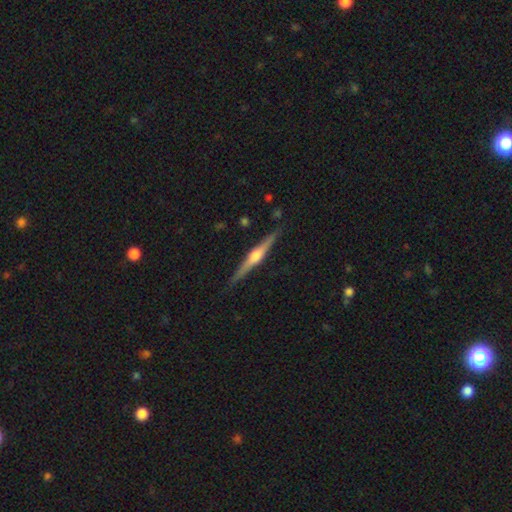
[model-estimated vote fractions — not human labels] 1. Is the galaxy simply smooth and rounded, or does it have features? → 76% featured or disk, 18% smooth, 6% star or artifact.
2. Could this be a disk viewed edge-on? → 98% yes, 2% no.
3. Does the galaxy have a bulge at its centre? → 91% rounded, 5% boxy, 4% none.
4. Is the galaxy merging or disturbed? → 88% none, 9% minor disturbance, 2% major disturbance, 1% merger.